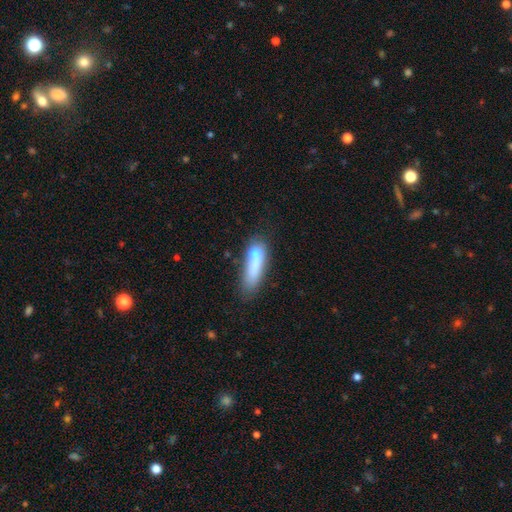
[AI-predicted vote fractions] Smooth or featured? smooth (69%)
How rounded? cigar-shaped (51%)
Merging? none (36%)